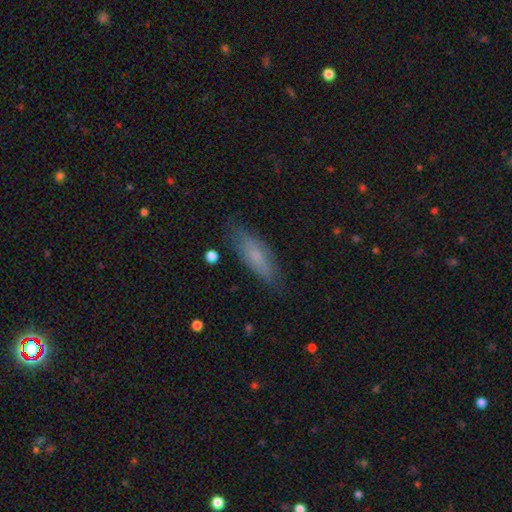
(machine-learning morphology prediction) smooth 66%, featured or disk 26%, star or artifact 8%. Down the decision tree: how rounded — cigar-shaped (50%); merging — none (80%).